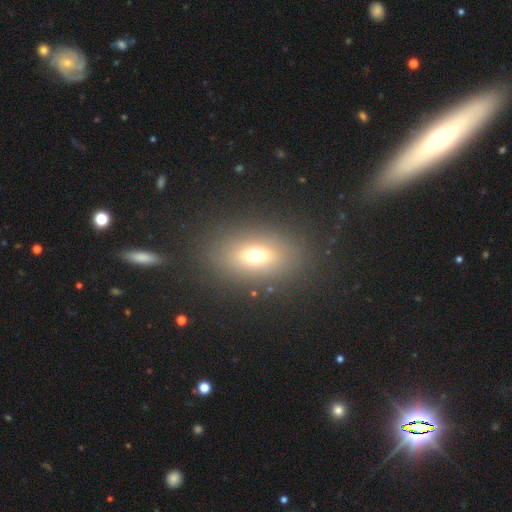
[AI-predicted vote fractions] smooth-or-featured: smooth: 64% | featured or disk: 19% | star or artifact: 17%
  how-rounded: in between: 73% | round: 23% | cigar-shaped: 4%
  merging: none: 83% | minor disturbance: 9% | major disturbance: 6% | merger: 2%